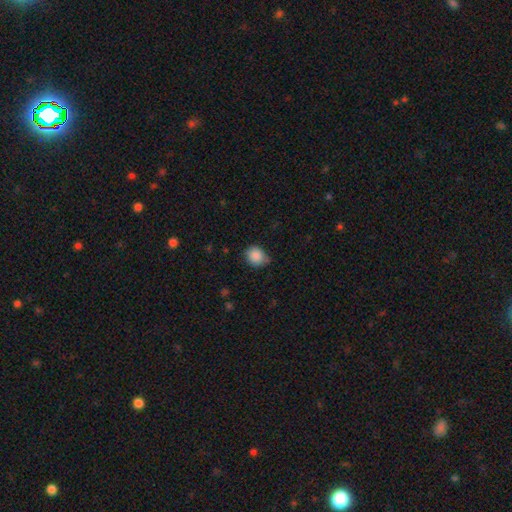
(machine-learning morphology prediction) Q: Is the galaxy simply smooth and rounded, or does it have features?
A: smooth — 87%.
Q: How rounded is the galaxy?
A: round — 73%.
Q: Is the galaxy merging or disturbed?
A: none — 65%.